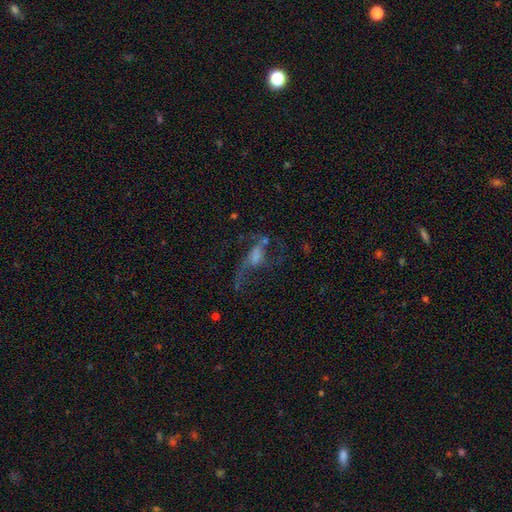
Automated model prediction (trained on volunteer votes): Overall: featured or disk (69%). Edge-on disk: no (90%). Bar: no (53%; weak 34%). Spiral arms: yes (77%). Bulge size: small (37%; moderate 33%). Merging: none (45%; major disturbance 34%).